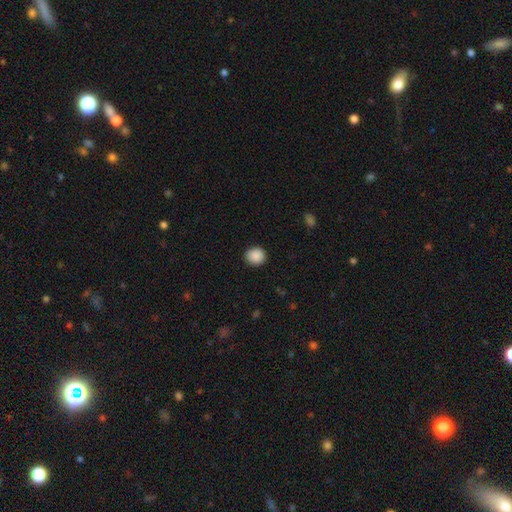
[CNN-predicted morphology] Smooth or featured? smooth (89%)
How rounded? round (90%)
Merging? none (91%)